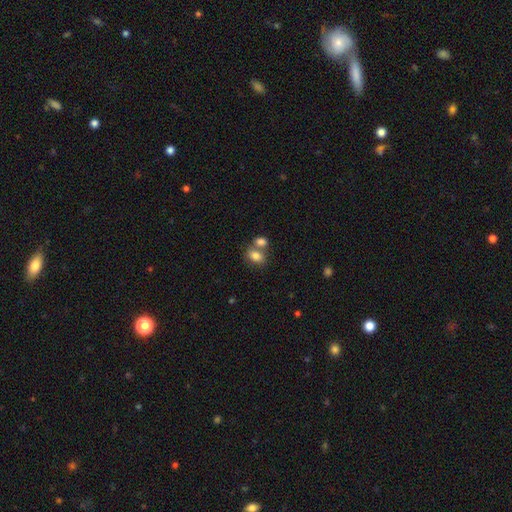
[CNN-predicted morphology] Smooth or featured? smooth (80%)
How rounded? in between (79%)
Merging? merger (47%)